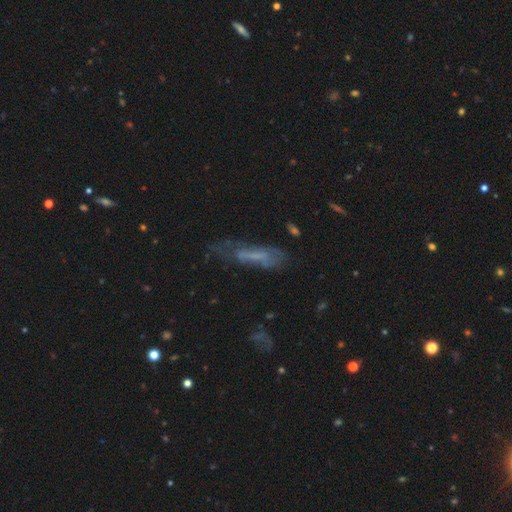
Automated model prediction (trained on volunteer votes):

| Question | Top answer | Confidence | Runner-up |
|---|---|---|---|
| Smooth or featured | featured or disk | 43% | smooth (42%) |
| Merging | none | 43% | minor disturbance (27%) |